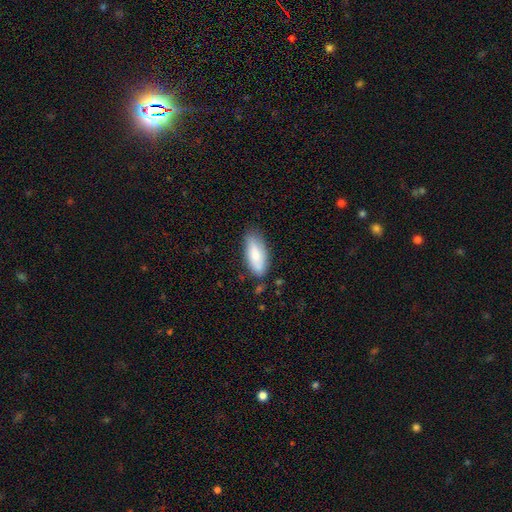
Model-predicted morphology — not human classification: Smooth or featured? Predicted: smooth (p=0.77). How rounded? Predicted: in between (p=0.80). Merging? Predicted: none (p=0.73).